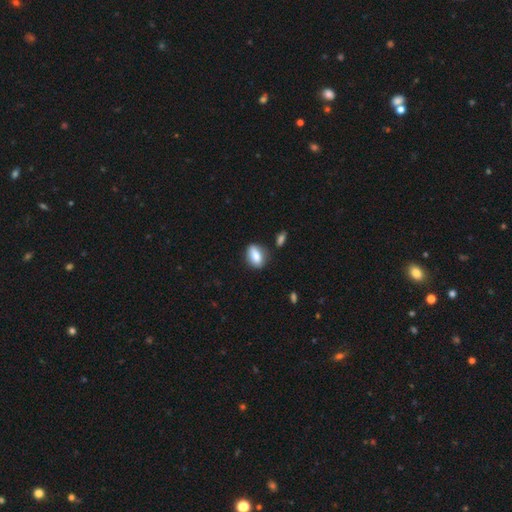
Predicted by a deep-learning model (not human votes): This appears to be a smooth galaxy with no disk features (79%) that is in between round and cigar-shaped (79%). Merging: none (76%).